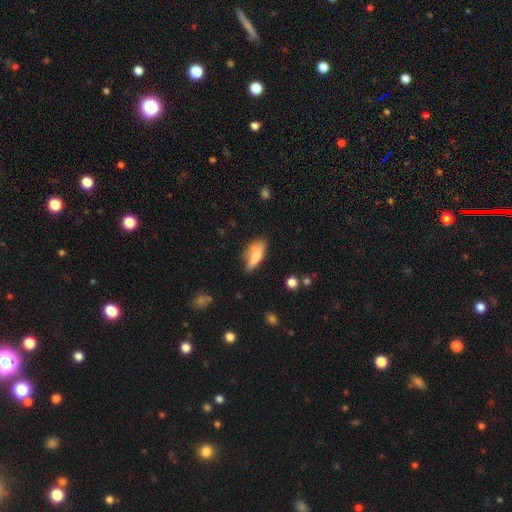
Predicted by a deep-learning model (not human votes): Smooth or featured? smooth (78%)
How rounded? in between (76%)
Merging? none (58%)